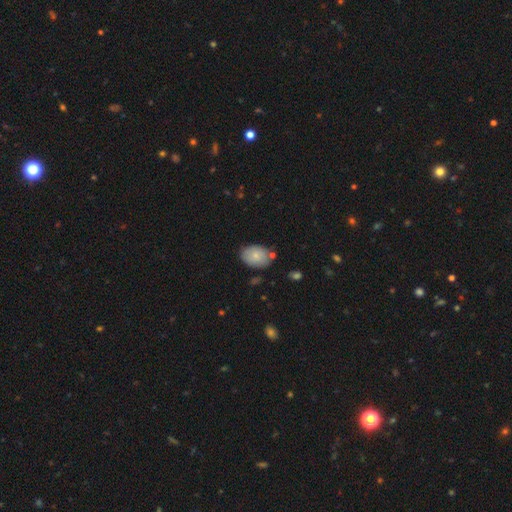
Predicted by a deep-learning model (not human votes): smooth 80%, featured or disk 14%, star or artifact 7%. Down the decision tree: how rounded — in between (84%); merging — none (74%).